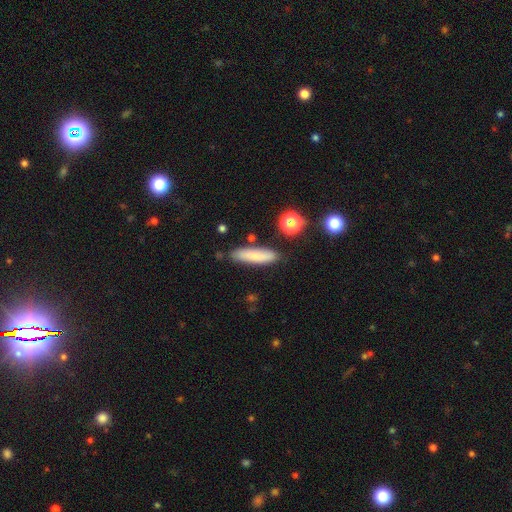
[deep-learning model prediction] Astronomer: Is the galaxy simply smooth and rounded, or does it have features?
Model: smooth — 78%.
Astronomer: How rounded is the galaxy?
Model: cigar-shaped — 74%.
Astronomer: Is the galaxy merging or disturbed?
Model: none — 83%.